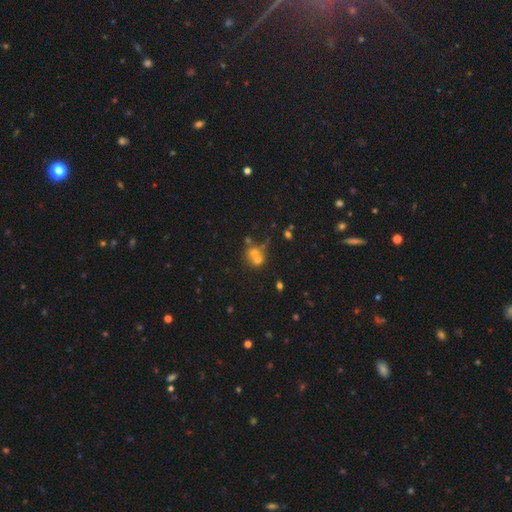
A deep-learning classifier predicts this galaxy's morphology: Smooth or featured? Predicted: smooth (p=0.59). How rounded? Predicted: round (p=0.79). Merging? Predicted: merger (p=0.56).